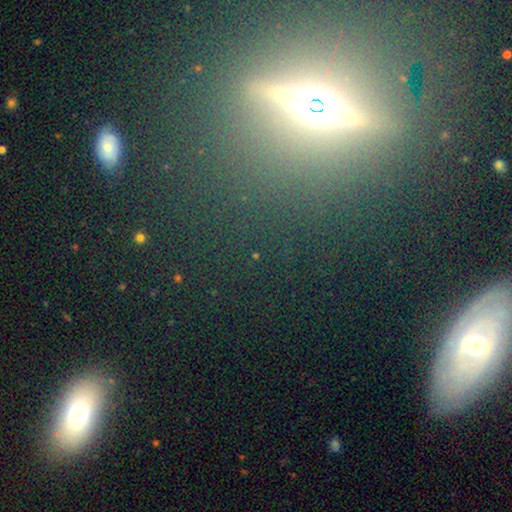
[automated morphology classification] Smooth or featured: star or artifact — 57% (featured or disk — 23%)